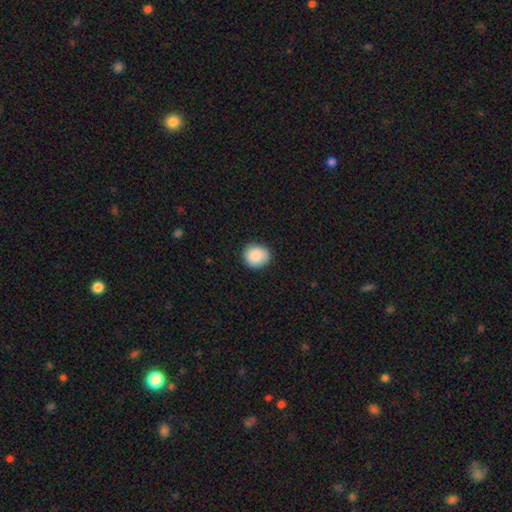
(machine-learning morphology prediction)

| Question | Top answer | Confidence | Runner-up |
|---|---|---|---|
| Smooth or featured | smooth | 88% | star or artifact (7%) |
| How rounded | round | 84% | in between (16%) |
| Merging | none | 87% | minor disturbance (10%) |